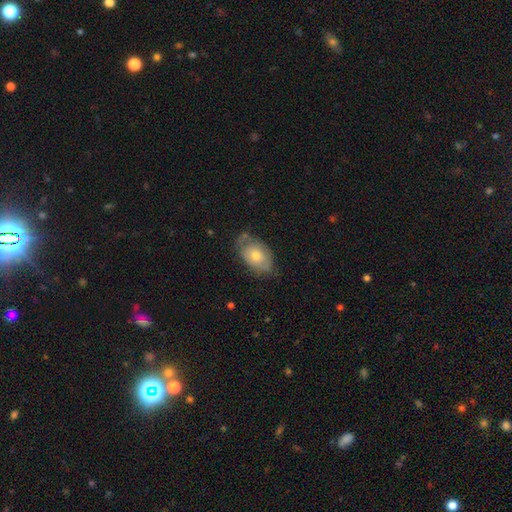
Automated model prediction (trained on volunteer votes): smooth-or-featured: smooth: 54% | featured or disk: 39% | star or artifact: 7%
  how-rounded: in between: 86% | round: 12% | cigar-shaped: 1%
  merging: none: 58% | minor disturbance: 30% | major disturbance: 9% | merger: 3%